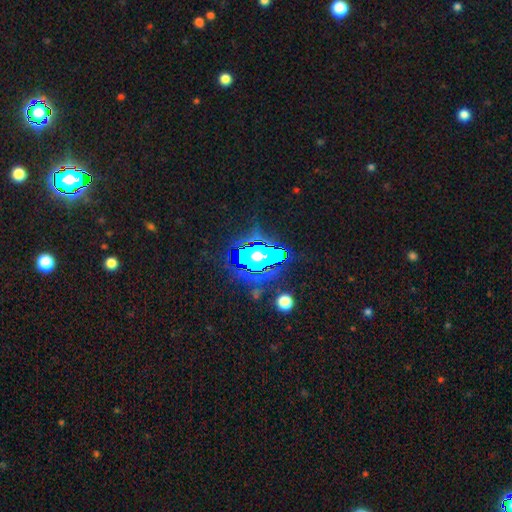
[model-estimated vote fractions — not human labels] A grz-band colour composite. It shows a star or artifact, not a galaxy (55%).